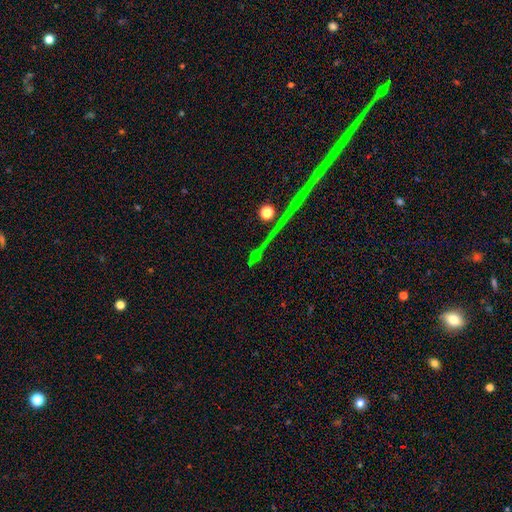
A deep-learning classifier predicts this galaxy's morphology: Q: Smooth or featured?
A: star or artifact (55%); runner-up: smooth (23%)